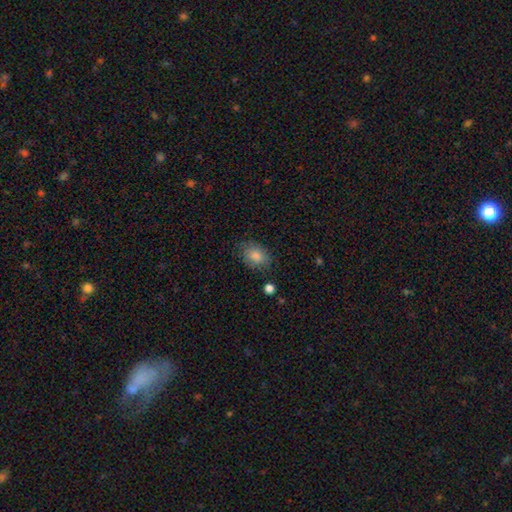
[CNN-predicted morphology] smooth-or-featured: smooth: 81% | star or artifact: 10% | featured or disk: 9%
  how-rounded: in between: 66% | round: 33% | cigar-shaped: 1%
  merging: none: 79% | minor disturbance: 16% | major disturbance: 3% | merger: 2%